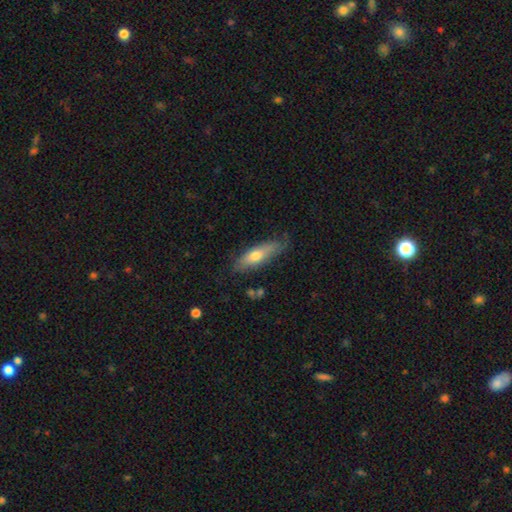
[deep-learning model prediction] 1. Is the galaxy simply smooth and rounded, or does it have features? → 61% smooth, 33% featured or disk, 6% star or artifact.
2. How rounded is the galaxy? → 52% cigar-shaped, 46% in between, 2% round.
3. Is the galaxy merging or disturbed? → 70% none, 23% minor disturbance, 5% major disturbance, 2% merger.